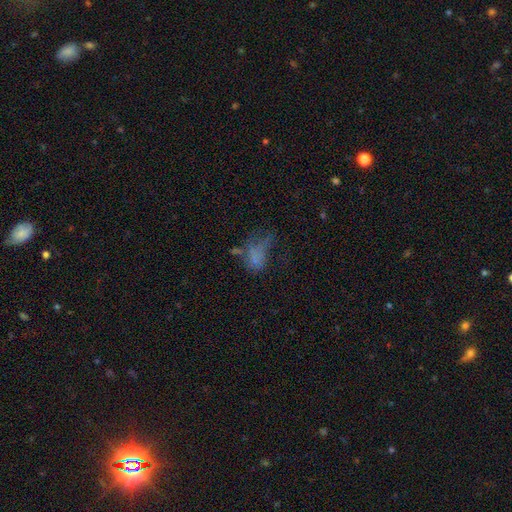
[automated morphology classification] Smooth or featured? Predicted: smooth (p=0.53). How rounded? Predicted: in between (p=0.83). Merging? Predicted: major disturbance (p=0.48).